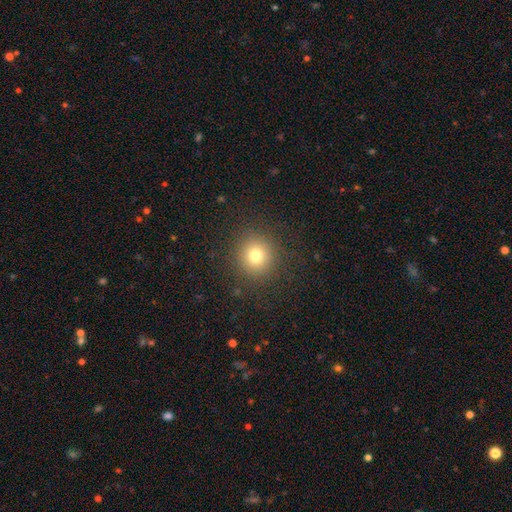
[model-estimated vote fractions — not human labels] This is likely a smooth galaxy (77%). How rounded: clearly round (92%). Merging: clearly none (89%).